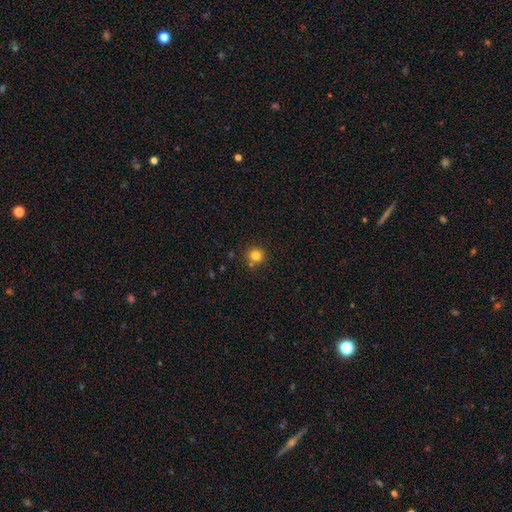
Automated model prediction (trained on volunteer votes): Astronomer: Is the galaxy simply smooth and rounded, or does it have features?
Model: smooth — 82%.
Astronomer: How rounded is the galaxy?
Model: round — 92%.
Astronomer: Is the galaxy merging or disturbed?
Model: none — 83%.